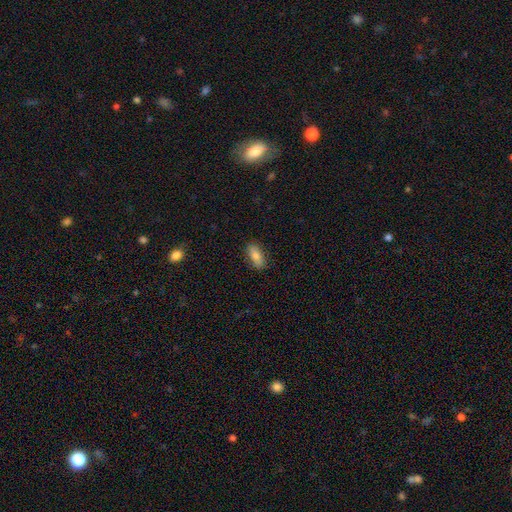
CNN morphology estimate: Q: Smooth or featured?
A: smooth (76%); runner-up: featured or disk (17%)
Q: How rounded?
A: in between (84%); runner-up: cigar-shaped (12%)
Q: Merging?
A: none (85%); runner-up: minor disturbance (11%)